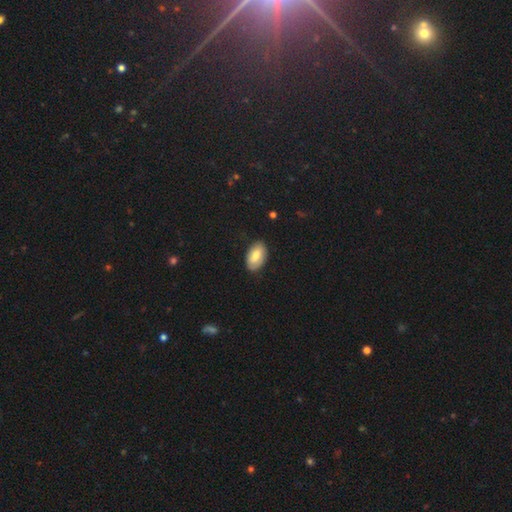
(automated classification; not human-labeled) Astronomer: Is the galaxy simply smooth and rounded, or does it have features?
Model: smooth — 74%.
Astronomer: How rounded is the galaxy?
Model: in between — 94%.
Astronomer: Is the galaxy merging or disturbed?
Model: none — 83%.